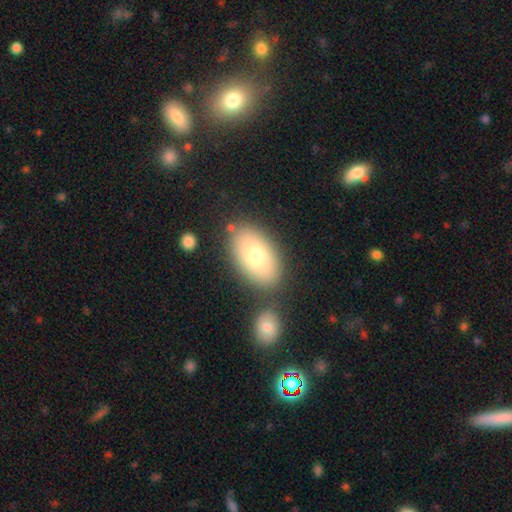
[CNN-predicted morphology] smooth 74%, featured or disk 18%, star or artifact 8%. Down the decision tree: how rounded — in between (92%); merging — none (74%).